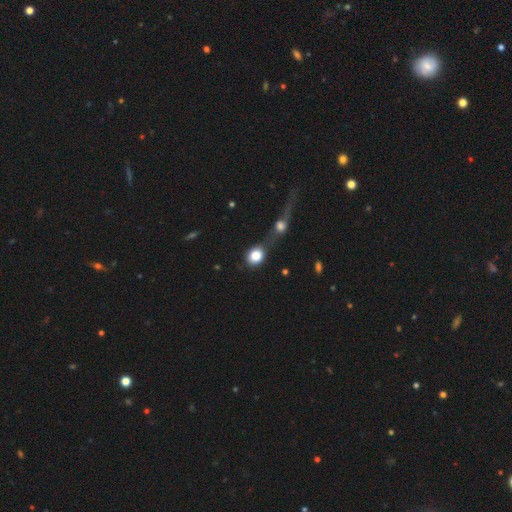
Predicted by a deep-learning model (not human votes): smooth 82%, featured or disk 9%, star or artifact 9%. Down the decision tree: how rounded — round (69%); merging — none (40%).